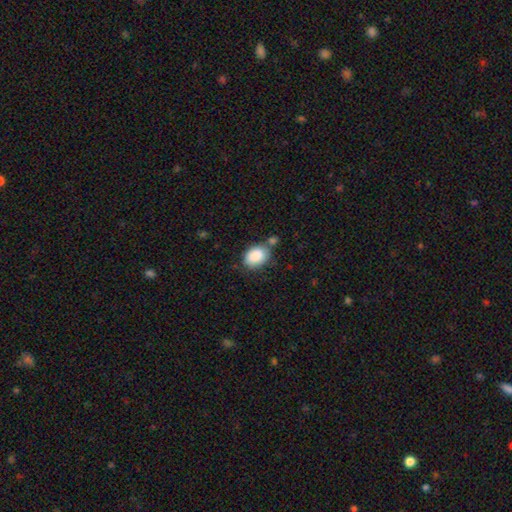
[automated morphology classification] smooth_or_featured: smooth (p=0.87) [alt: star or artifact p=0.07]
how_rounded: in between (p=0.79) [alt: round p=0.20]
merging: none (p=0.63) [alt: minor disturbance p=0.19]